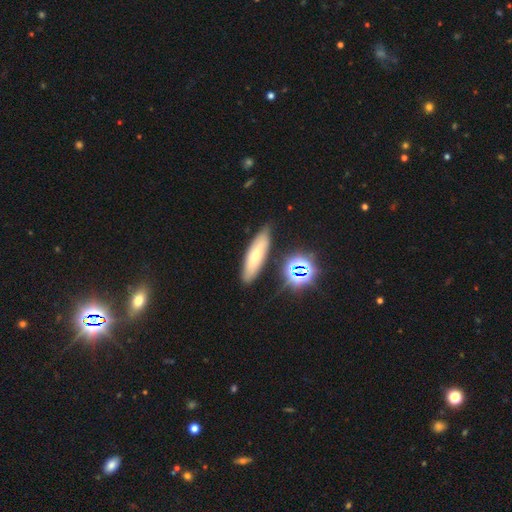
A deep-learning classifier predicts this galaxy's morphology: Overall: smooth (52%; featured or disk 35%). How rounded: cigar-shaped (60%; in between 37%). Merging: none (80%).